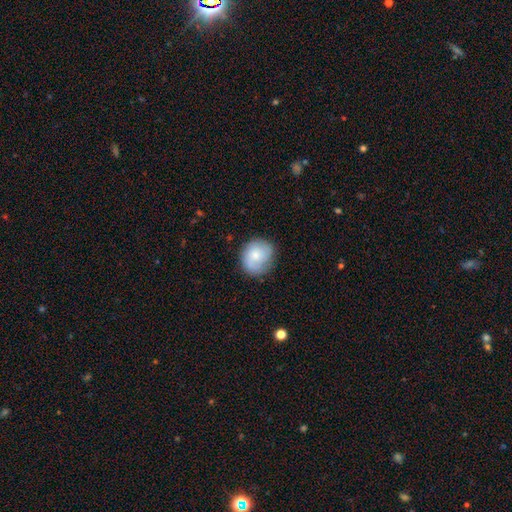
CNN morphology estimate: This is likely a smooth galaxy (62%). How rounded: likely round (76%). Merging: likely none (74%).